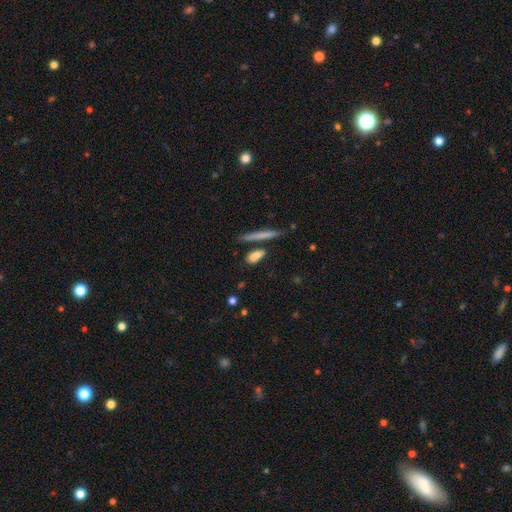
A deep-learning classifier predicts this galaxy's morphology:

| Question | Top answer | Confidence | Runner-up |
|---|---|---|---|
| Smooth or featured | smooth | 75% | featured or disk (17%) |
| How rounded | cigar-shaped | 56% | in between (36%) |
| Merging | none | 68% | minor disturbance (15%) |